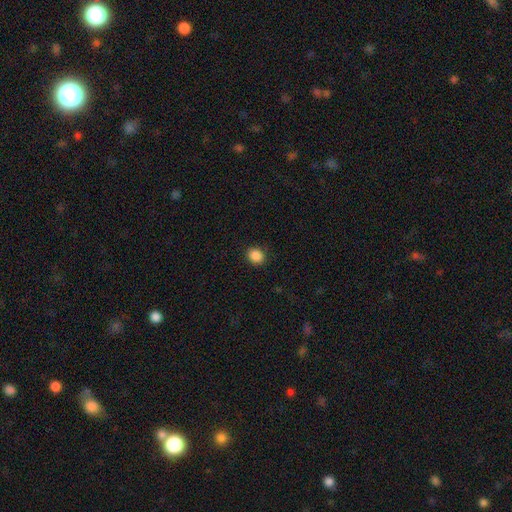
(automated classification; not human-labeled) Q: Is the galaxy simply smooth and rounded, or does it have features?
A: smooth — 88%.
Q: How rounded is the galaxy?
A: round — 68%.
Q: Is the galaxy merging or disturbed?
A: none — 90%.